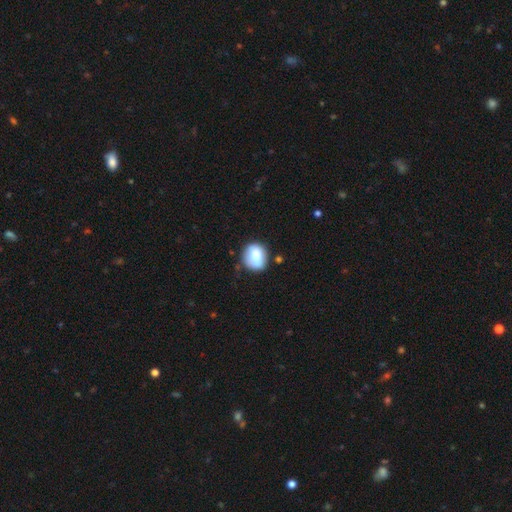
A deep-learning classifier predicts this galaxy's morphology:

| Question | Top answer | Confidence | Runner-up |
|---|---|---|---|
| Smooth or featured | smooth | 78% | featured or disk (14%) |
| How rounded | round | 74% | in between (25%) |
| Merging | none | 68% | minor disturbance (21%) |